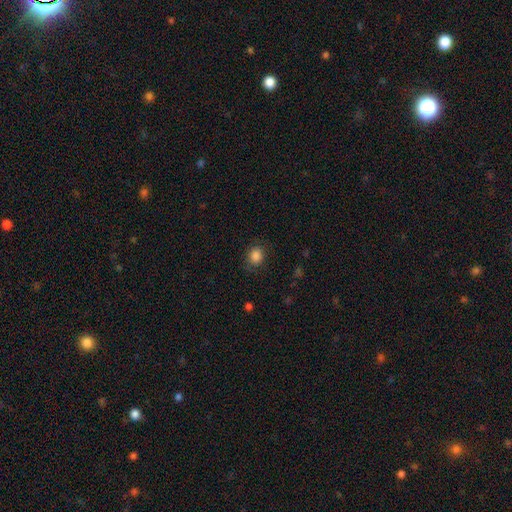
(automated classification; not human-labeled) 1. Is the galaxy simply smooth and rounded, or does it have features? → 85% smooth, 10% star or artifact, 5% featured or disk.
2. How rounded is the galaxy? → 67% round, 32% in between, 1% cigar-shaped.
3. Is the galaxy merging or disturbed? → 79% none, 15% minor disturbance, 5% major disturbance, 1% merger.